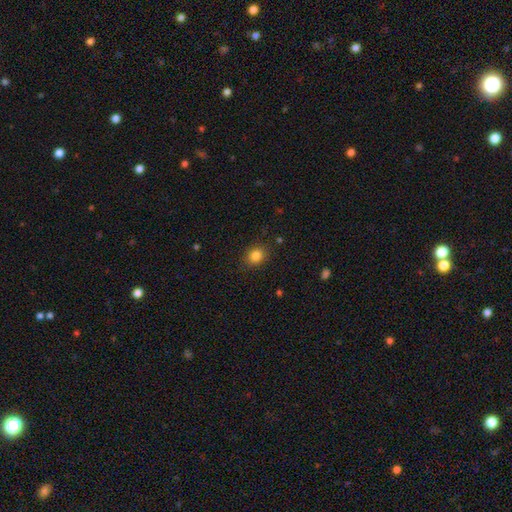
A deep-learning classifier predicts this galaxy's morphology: type=smooth (83%); roundness=round (55%); merging=none (87%).